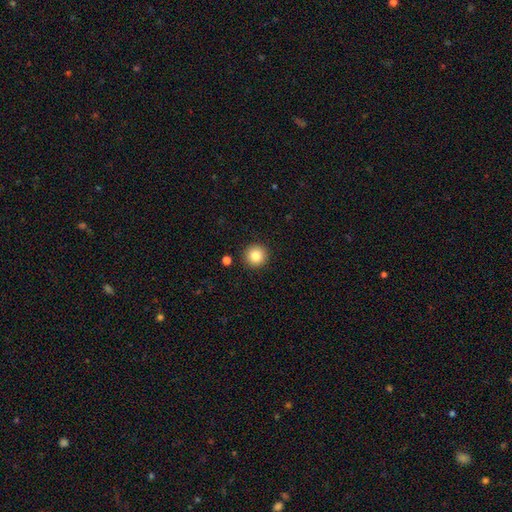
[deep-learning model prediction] smooth_or_featured: smooth (p=0.83) [alt: star or artifact p=0.10]
how_rounded: round (p=0.96) [alt: in between p=0.03]
merging: none (p=0.91) [alt: minor disturbance p=0.05]